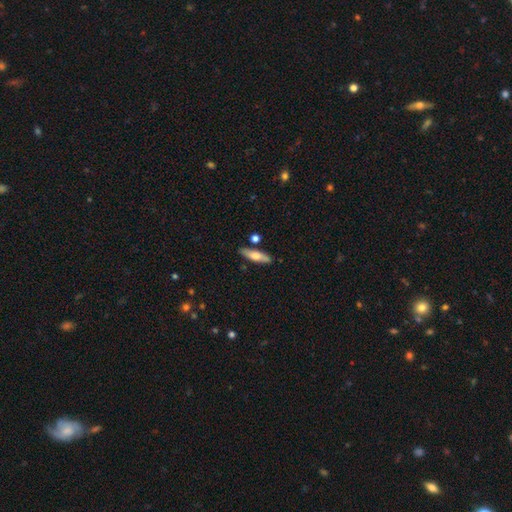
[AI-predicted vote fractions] The model was most divided on "smooth or featured": smooth: 60%, featured or disk: 34%, star or artifact: 6%. More confident: merging — none (83%); how rounded — cigar-shaped (65%).